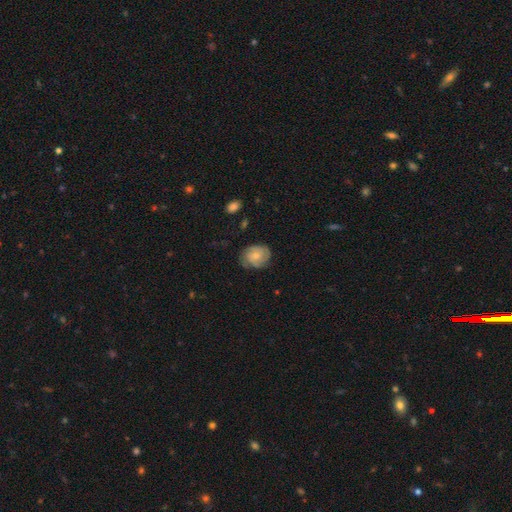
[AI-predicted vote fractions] This appears to be a smooth galaxy with no disk features (49%). Merging: none (66%).